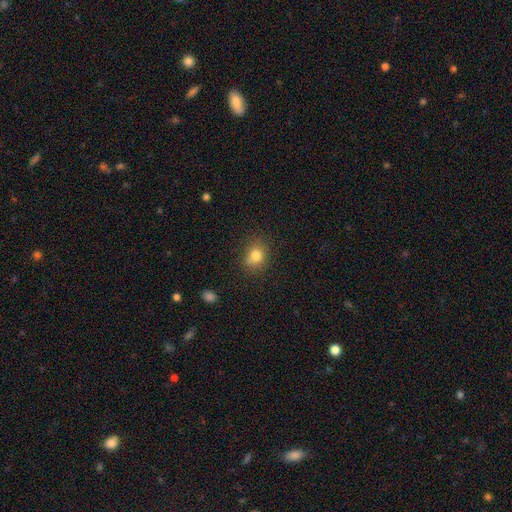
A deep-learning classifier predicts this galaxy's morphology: A smooth galaxy with no disk features (80%) that is round (60%). Merging: none (67%).